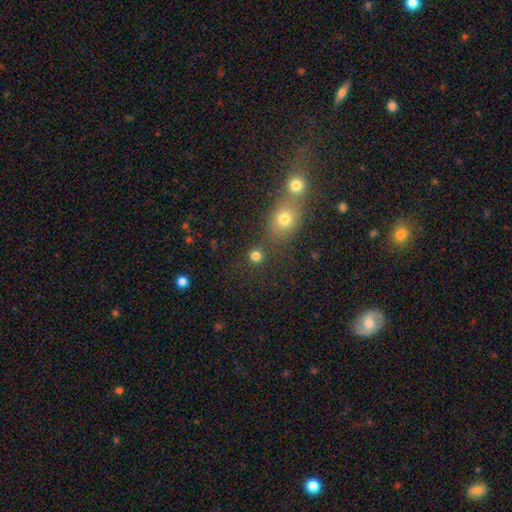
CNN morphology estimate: This is likely a smooth galaxy (79%). How rounded: clearly round (88%). Merging: likely none (77%).